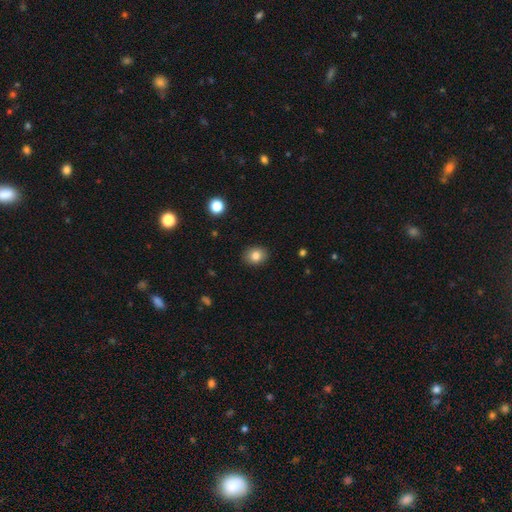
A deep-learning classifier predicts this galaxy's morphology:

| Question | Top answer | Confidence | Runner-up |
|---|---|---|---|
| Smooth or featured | smooth | 82% | star or artifact (10%) |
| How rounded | round | 53% | in between (46%) |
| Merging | none | 89% | minor disturbance (8%) |